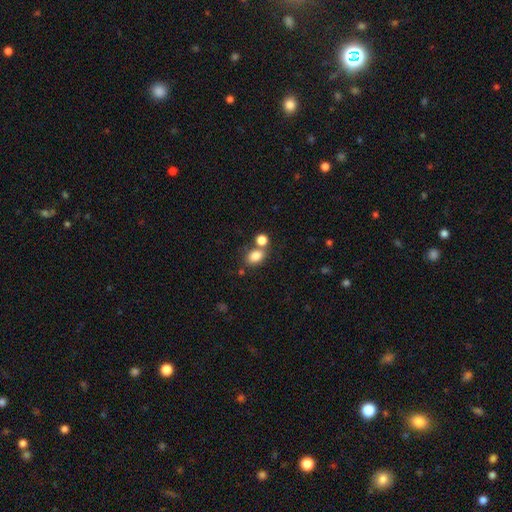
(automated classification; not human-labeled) Morphology: type=smooth (82%); roundness=in between (70%); merging=none (55%).